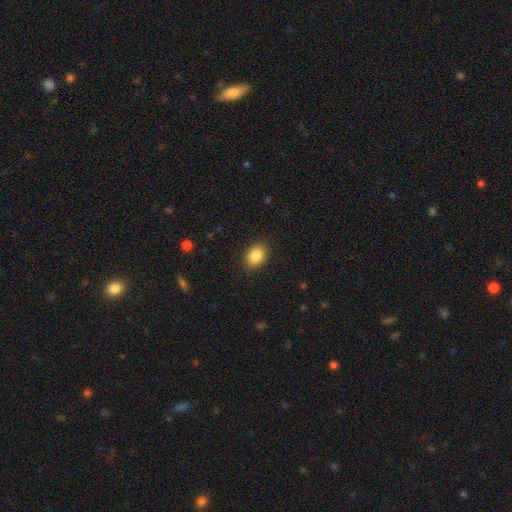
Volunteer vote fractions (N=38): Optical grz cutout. It shows a smooth galaxy with no disk features (89%) that is in between round and cigar-shaped (53%). Merging: none (84%).